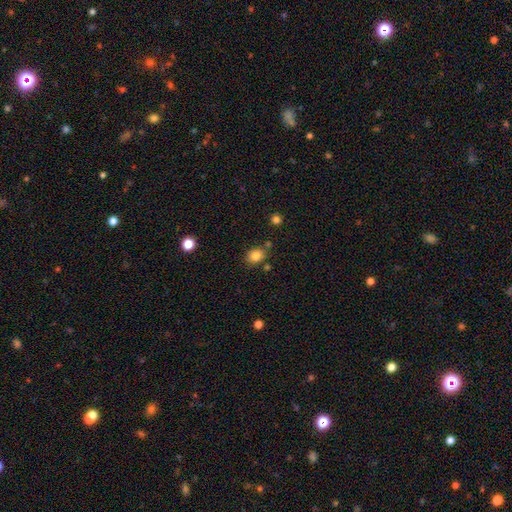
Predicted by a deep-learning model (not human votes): A smooth galaxy with no disk features (82%) that is round (50%).

Vote fractions:
- Smooth or featured? smooth: 82% / star or artifact: 11% / featured or disk: 6%
- How rounded? round: 50% / in between: 49% / cigar-shaped: 1%
- Merging? none: 77% / minor disturbance: 13% / merger: 7% / major disturbance: 3%